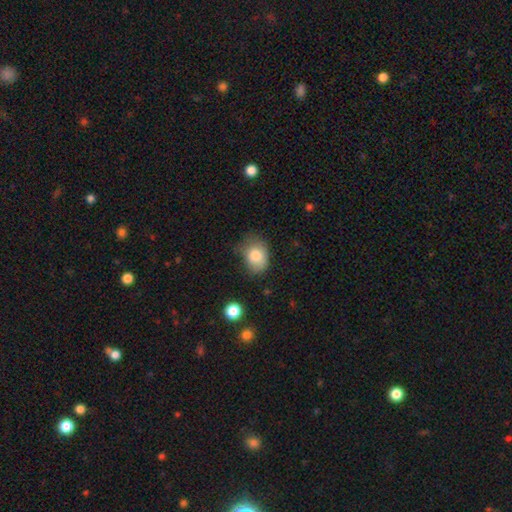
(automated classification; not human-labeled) Morphology: type=smooth (80%); roundness=in between (60%); merging=none (46%).